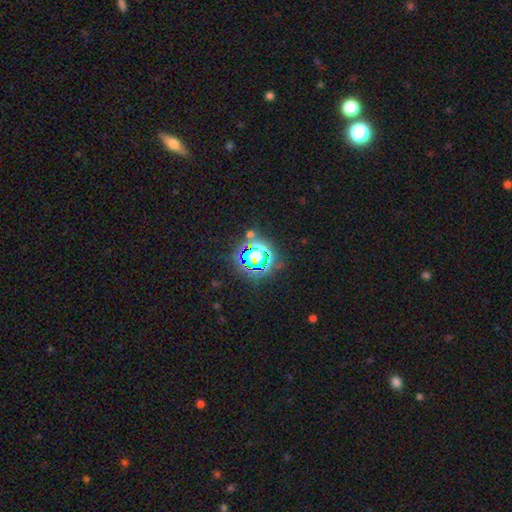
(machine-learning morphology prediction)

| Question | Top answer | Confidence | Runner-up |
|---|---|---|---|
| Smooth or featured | star or artifact | 63% | smooth (25%) |